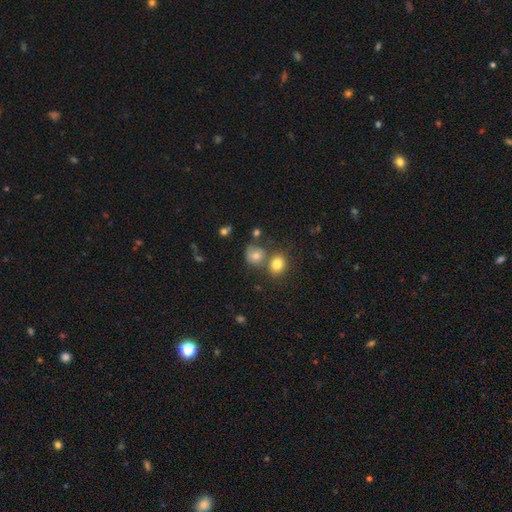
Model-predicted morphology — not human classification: This is likely a smooth galaxy (73%). How rounded: likely round (74%). Merging: possibly none (52%).